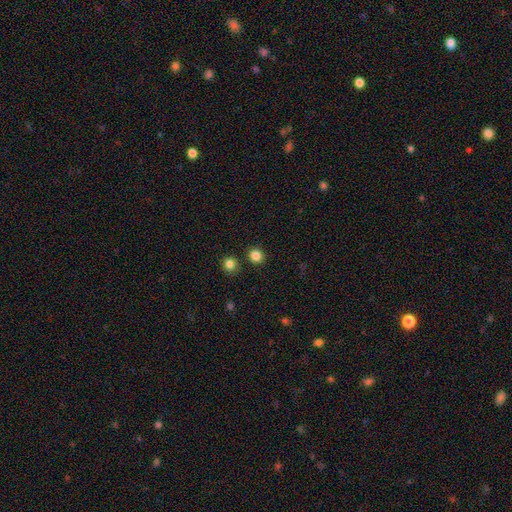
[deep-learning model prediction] This appears to be a smooth galaxy with no disk features (84%) that is round (87%). Merging: none (87%).